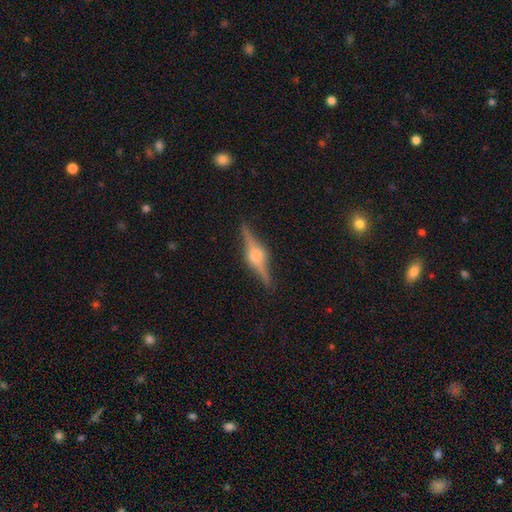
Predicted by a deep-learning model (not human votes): Q: Smooth or featured?
A: featured or disk (84%); runner-up: smooth (9%)
Q: Edge-on disk?
A: yes (98%); runner-up: no (2%)
Q: Edge-on bulge?
A: rounded (90%); runner-up: boxy (8%)
Q: Merging?
A: none (89%); runner-up: minor disturbance (8%)